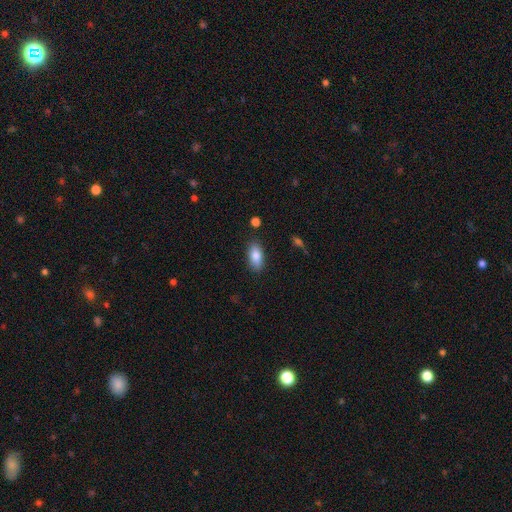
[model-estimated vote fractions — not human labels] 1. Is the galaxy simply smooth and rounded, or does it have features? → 85% smooth, 8% featured or disk, 7% star or artifact.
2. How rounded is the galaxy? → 88% in between, 9% cigar-shaped, 3% round.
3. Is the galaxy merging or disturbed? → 85% none, 10% minor disturbance, 3% major disturbance, 2% merger.